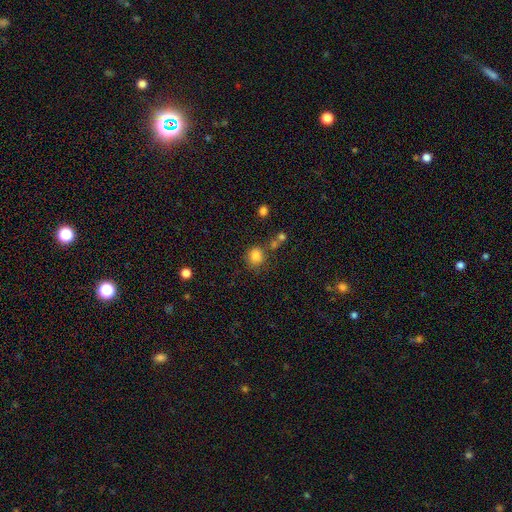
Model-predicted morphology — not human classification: Smooth or featured? smooth (82%)
How rounded? round (85%)
Merging? none (68%)